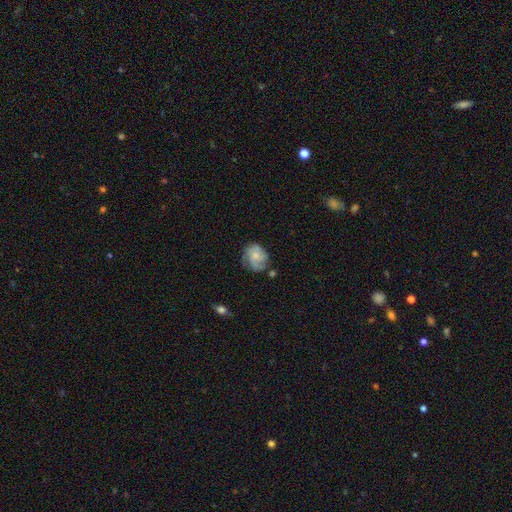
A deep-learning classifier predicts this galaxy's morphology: Smooth or featured? Predicted: featured or disk (p=0.56). Edge-on disk? Predicted: no (p=0.98). Bar? Predicted: no (p=0.77). Spiral arms? Predicted: yes (p=0.84). Bulge size? Predicted: small (p=0.53). Merging? Predicted: none (p=0.56).